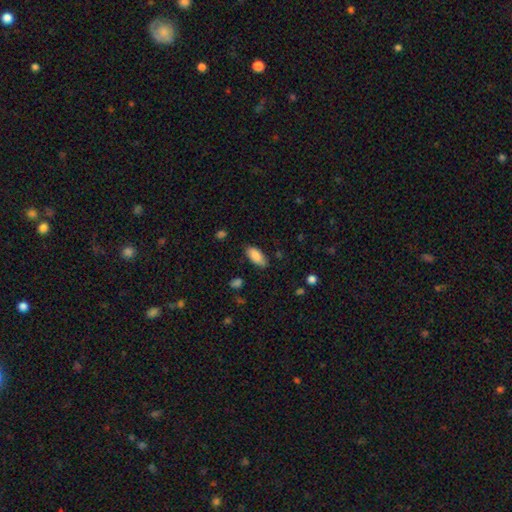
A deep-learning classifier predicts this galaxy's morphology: smooth 87%, star or artifact 6%, featured or disk 6%. Down the decision tree: how rounded — in between (87%); merging — none (81%).